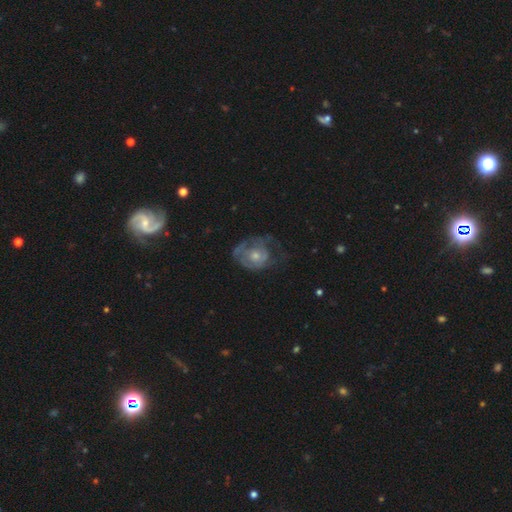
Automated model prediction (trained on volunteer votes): The model was most divided on "bulge size": small: 47%, moderate: 46%, large: 3%, none: 3%, dominant: 1%. Remaining: edge-on disk — no (96%); bar — no (82%); smooth or featured — featured or disk (64%); spiral arms — yes (63%); merging — none (49%).